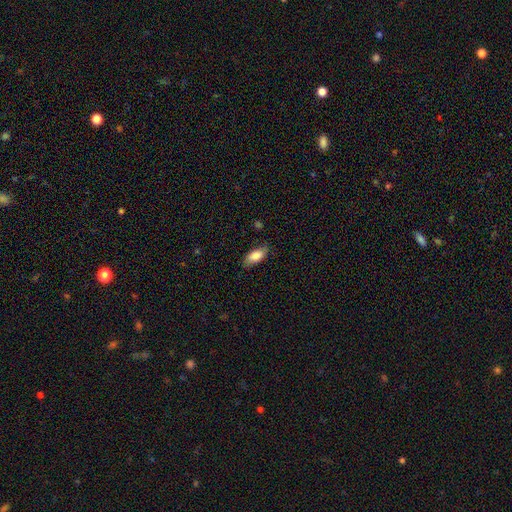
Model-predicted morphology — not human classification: This appears to be a smooth galaxy with no disk features (82%) that is in between round and cigar-shaped (86%). Merging: none (77%).